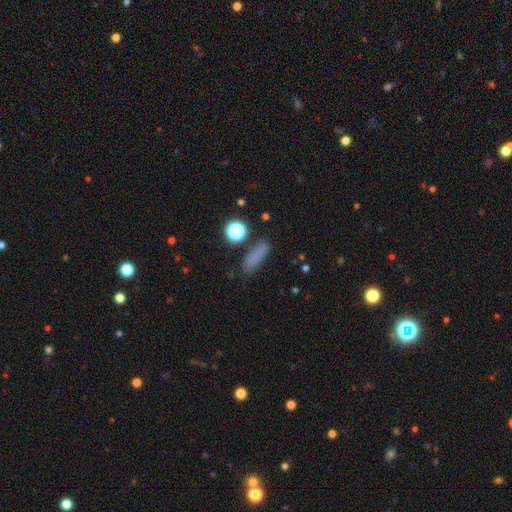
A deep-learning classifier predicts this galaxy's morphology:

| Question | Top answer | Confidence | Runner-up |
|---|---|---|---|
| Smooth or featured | smooth | 74% | star or artifact (18%) |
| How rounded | cigar-shaped | 55% | in between (35%) |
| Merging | none | 79% | minor disturbance (13%) |